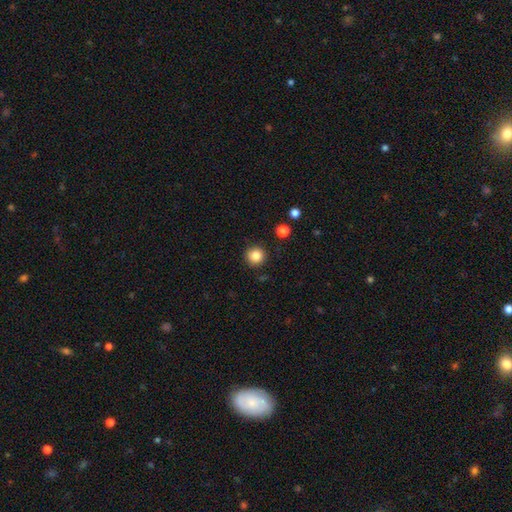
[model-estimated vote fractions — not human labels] smooth 85%, star or artifact 10%, featured or disk 5%. Down the decision tree: how rounded — round (95%); merging — none (91%).